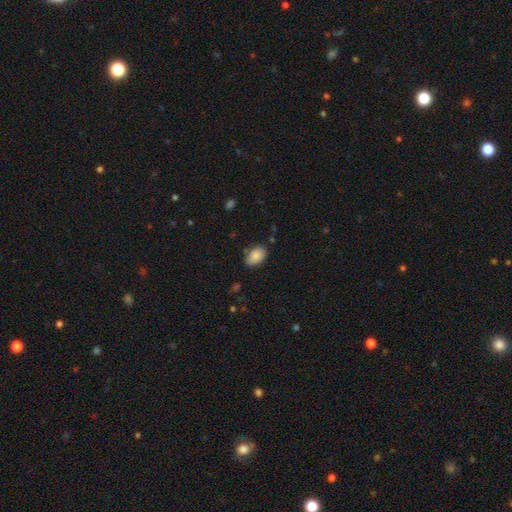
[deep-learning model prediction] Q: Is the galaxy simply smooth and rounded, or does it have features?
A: smooth — 87%.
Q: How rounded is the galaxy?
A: in between — 88%.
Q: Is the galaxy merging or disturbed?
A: none — 76%.